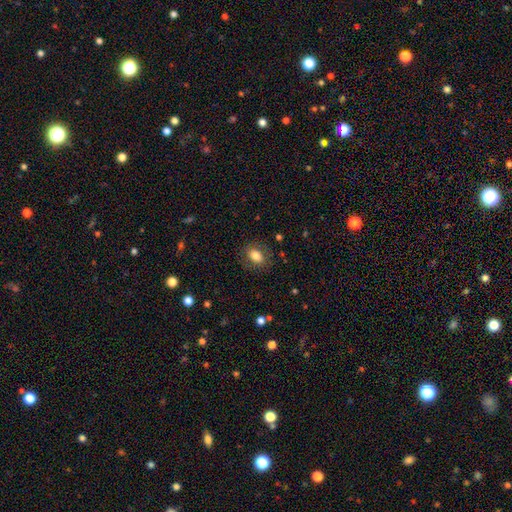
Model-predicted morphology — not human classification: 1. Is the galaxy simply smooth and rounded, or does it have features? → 78% smooth, 13% featured or disk, 9% star or artifact.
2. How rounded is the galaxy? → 73% in between, 26% round, 1% cigar-shaped.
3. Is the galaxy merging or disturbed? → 82% none, 11% minor disturbance, 5% major disturbance, 1% merger.